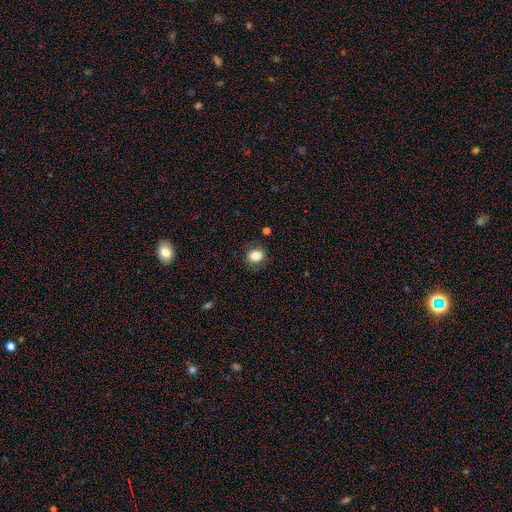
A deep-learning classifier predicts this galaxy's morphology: Q: Smooth or featured?
A: smooth (82%); runner-up: star or artifact (9%)
Q: How rounded?
A: in between (55%); runner-up: round (44%)
Q: Merging?
A: none (81%); runner-up: minor disturbance (13%)